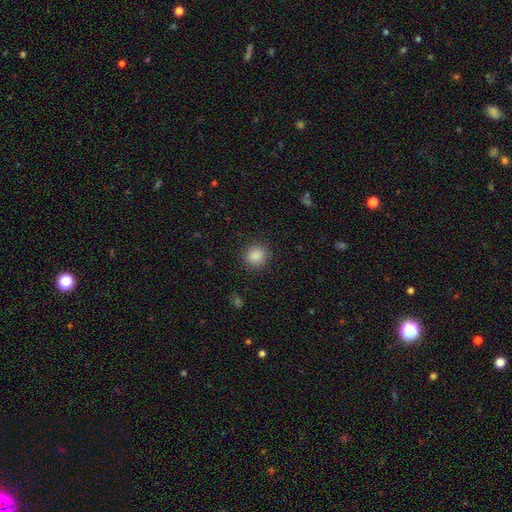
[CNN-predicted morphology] This is clearly a smooth galaxy (87%). How rounded: clearly round (90%). Merging: clearly none (90%).